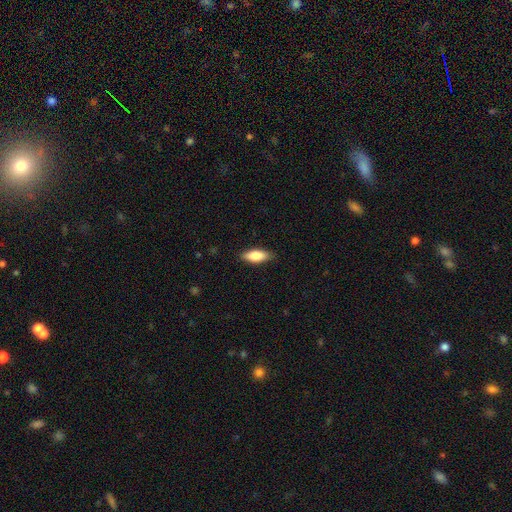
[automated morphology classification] Smooth or featured?
  - smooth: 80% *
  - featured or disk: 14%
  - star or artifact: 6%
How rounded?
  - in between: 75% *
  - cigar-shaped: 23%
  - round: 2%
Merging?
  - none: 86% *
  - minor disturbance: 11%
  - major disturbance: 2%
  - merger: 1%